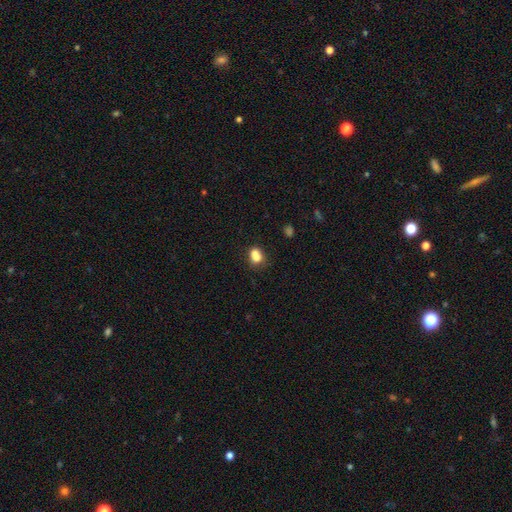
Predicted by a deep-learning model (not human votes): A smooth galaxy with no disk features (78%) that is in between round and cigar-shaped (62%).

Vote fractions:
- Smooth or featured? smooth: 78% / star or artifact: 12% / featured or disk: 10%
- How rounded? in between: 62% / round: 36% / cigar-shaped: 2%
- Merging? none: 45% / merger: 30% / minor disturbance: 18% / major disturbance: 7%